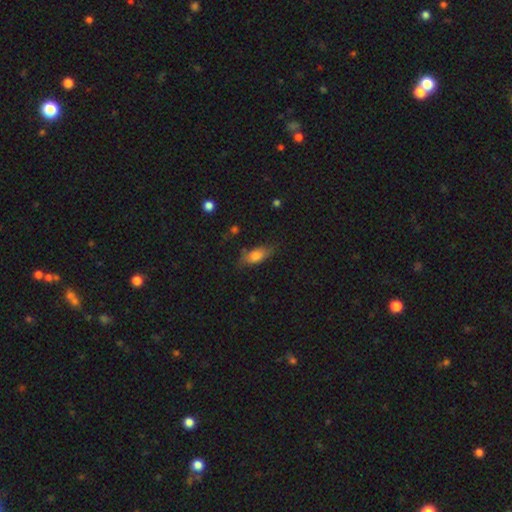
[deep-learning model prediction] Smooth or featured? smooth (74%)
How rounded? in between (79%)
Merging? none (71%)